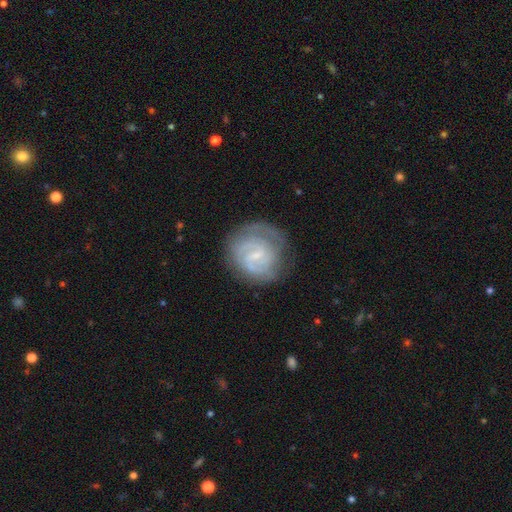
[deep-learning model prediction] A featured or disk galaxy (78%) with a weak bar (59%), 2 (52%) tight (55%) spiral arms (93%) and a small central bulge (69%). Merging: none (71%).